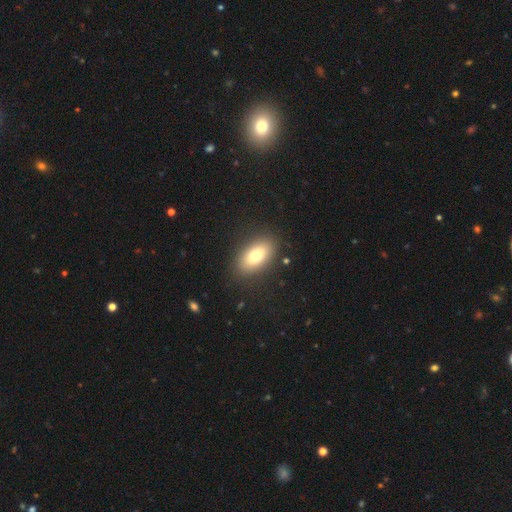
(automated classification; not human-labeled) This is likely a smooth galaxy (77%). How rounded: clearly in between (91%). Merging: clearly none (87%).